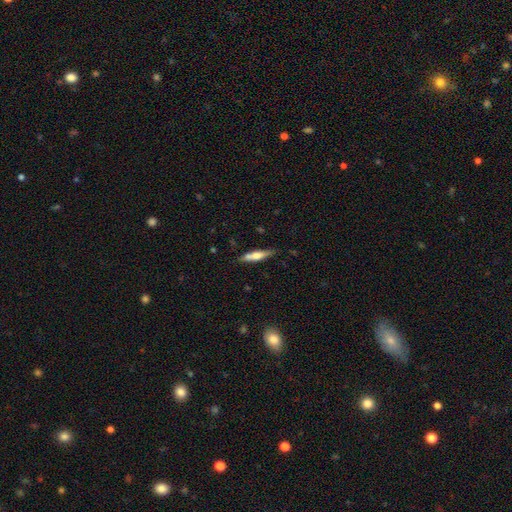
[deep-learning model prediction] Smooth or featured? smooth (50%)
How rounded? cigar-shaped (82%)
Merging? none (77%)